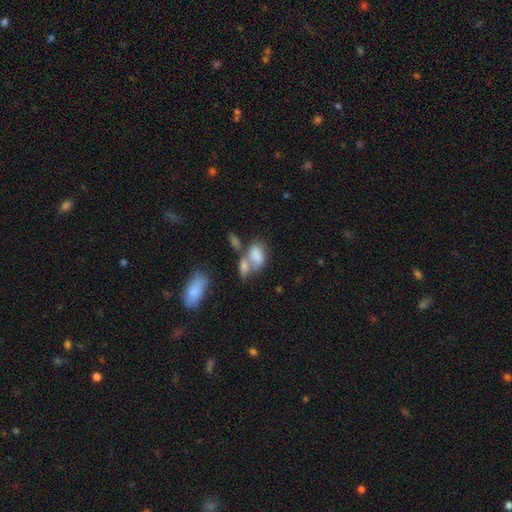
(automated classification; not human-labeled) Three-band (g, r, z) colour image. It shows a smooth galaxy with no disk features (71%) that is in between round and cigar-shaped (87%). Merging: merger (55%).